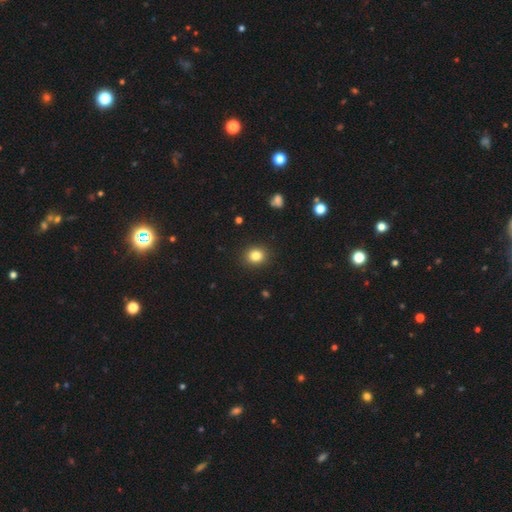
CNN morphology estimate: type=smooth (84%); roundness=round (75%); merging=none (90%).